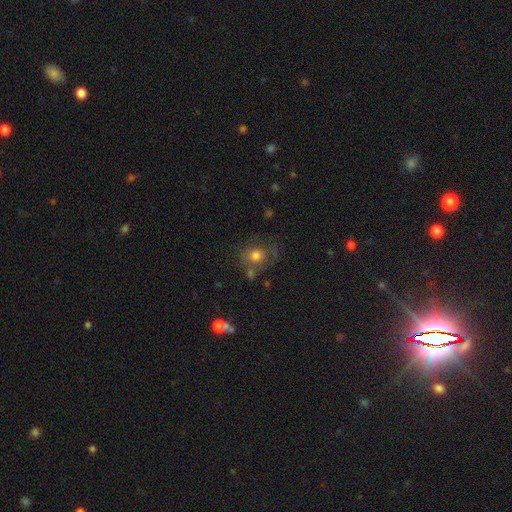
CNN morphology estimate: type=smooth (68%); roundness=round (69%); merging=none (56%).